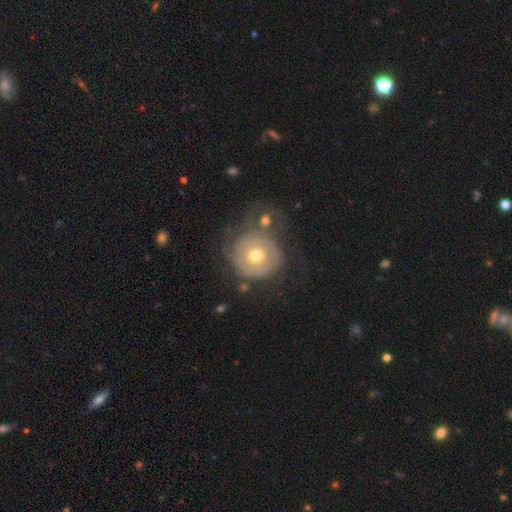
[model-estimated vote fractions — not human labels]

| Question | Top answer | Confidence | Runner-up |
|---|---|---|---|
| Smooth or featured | featured or disk | 53% | smooth (39%) |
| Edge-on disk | no | 96% | yes (4%) |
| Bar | no | 81% | weak (15%) |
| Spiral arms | yes | 51% | no (49%) |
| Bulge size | moderate | 73% | small (20%) |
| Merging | none | 51% | minor disturbance (20%) |